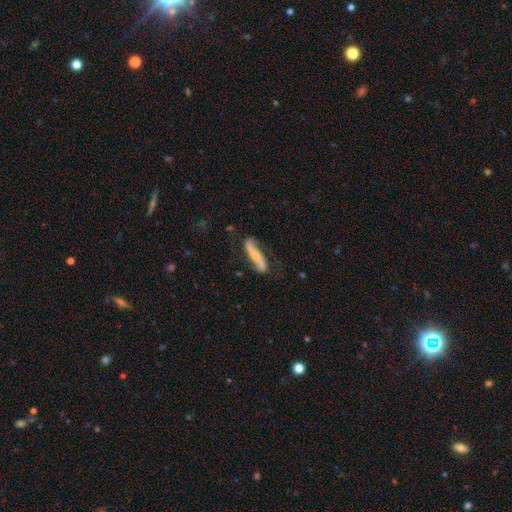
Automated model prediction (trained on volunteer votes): A featured or disk galaxy (61%).

Vote fractions:
- Smooth or featured? featured or disk: 61% / smooth: 33% / star or artifact: 6%
- Edge-on disk? no: 64% / yes: 36%
- Merging? none: 72% / minor disturbance: 19% / major disturbance: 6% / merger: 2%